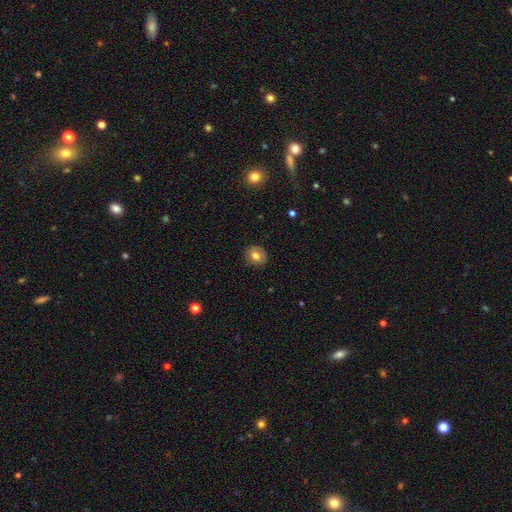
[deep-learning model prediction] This appears to be a smooth galaxy with no disk features (75%) that is round (60%). Merging: none (85%).